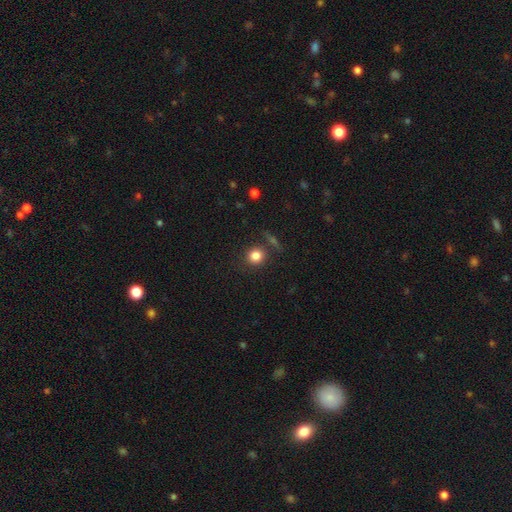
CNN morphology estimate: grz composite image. It shows a smooth galaxy with no disk features (82%) that is round (90%). Merging: none (80%).